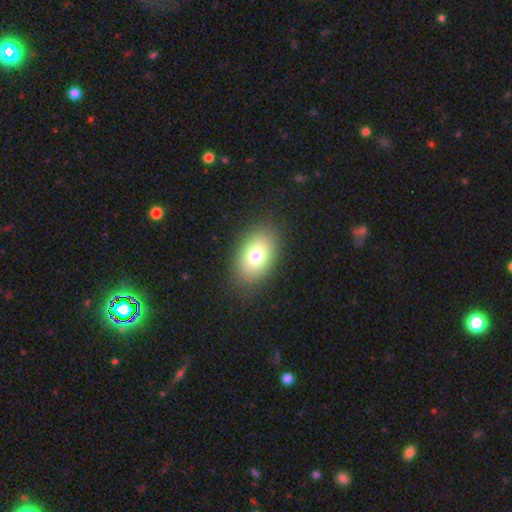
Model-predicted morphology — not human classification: type=smooth (76%); roundness=in between (86%); merging=none (86%).